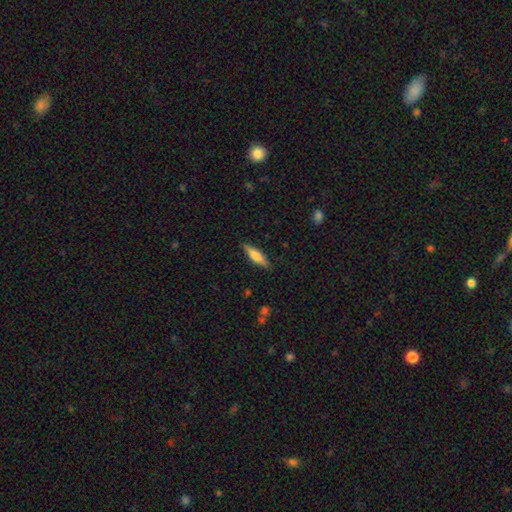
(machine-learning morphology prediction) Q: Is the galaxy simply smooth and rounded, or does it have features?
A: smooth — 61%.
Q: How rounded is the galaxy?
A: cigar-shaped — 70%.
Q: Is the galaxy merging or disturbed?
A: none — 88%.